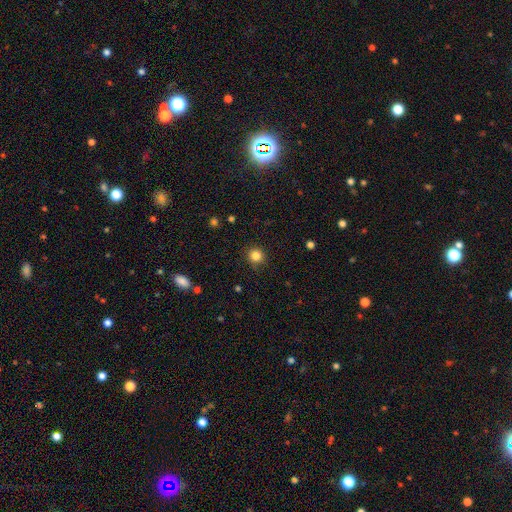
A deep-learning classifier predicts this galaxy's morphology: This is clearly a smooth galaxy (84%). How rounded: clearly round (93%). Merging: clearly none (89%).